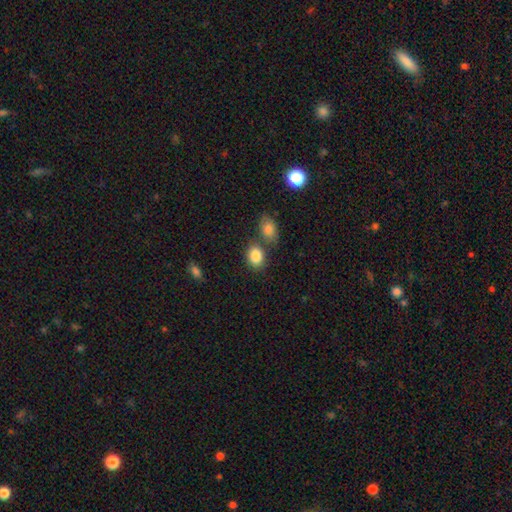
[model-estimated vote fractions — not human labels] Smooth or featured? smooth (86%)
How rounded? in between (61%)
Merging? none (62%)